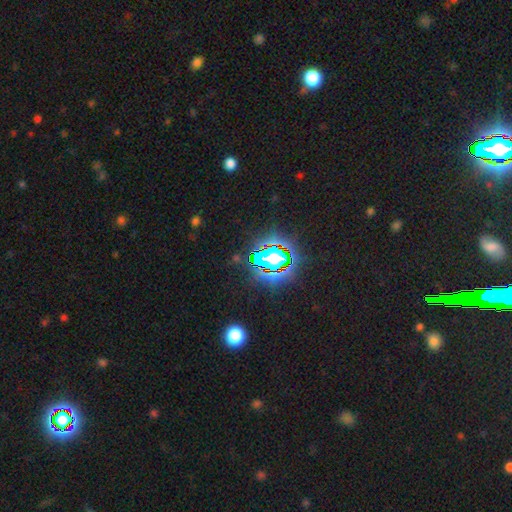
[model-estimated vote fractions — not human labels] A star or artifact, not a galaxy (81%).